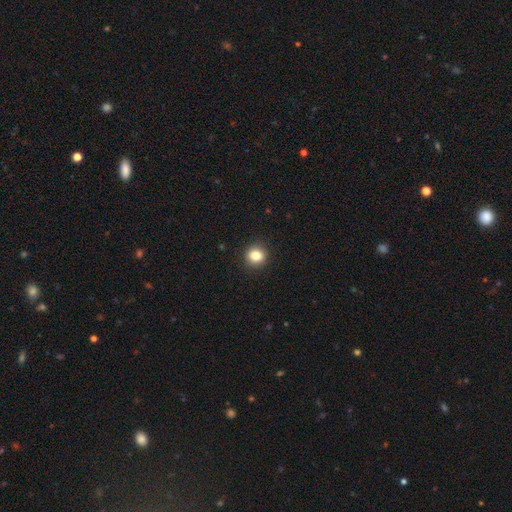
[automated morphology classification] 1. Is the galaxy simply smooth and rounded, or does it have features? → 83% smooth, 11% star or artifact, 6% featured or disk.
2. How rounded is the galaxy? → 84% round, 15% in between, 1% cigar-shaped.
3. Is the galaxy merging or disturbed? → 92% none, 6% minor disturbance, 2% major disturbance, 1% merger.